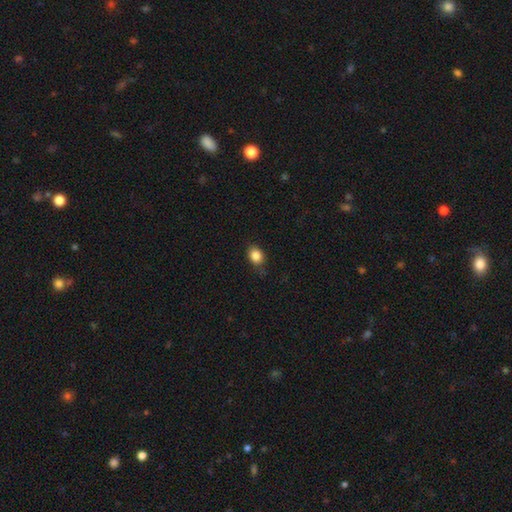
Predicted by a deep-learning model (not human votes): This appears to be a smooth galaxy with no disk features (86%) that is in between round and cigar-shaped (62%). Merging: none (79%).